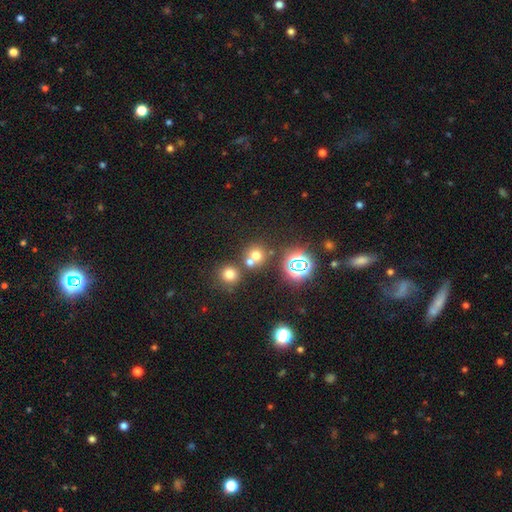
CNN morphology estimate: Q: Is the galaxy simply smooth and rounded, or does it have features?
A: smooth — 60%.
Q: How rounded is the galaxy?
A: round — 87%.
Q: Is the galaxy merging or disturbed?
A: none — 57%.